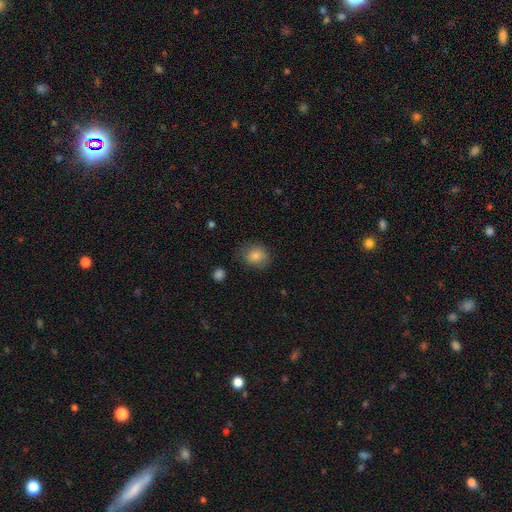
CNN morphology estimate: Smooth or featured? Predicted: smooth (p=0.83). How rounded? Predicted: round (p=0.65). Merging? Predicted: none (p=0.75).